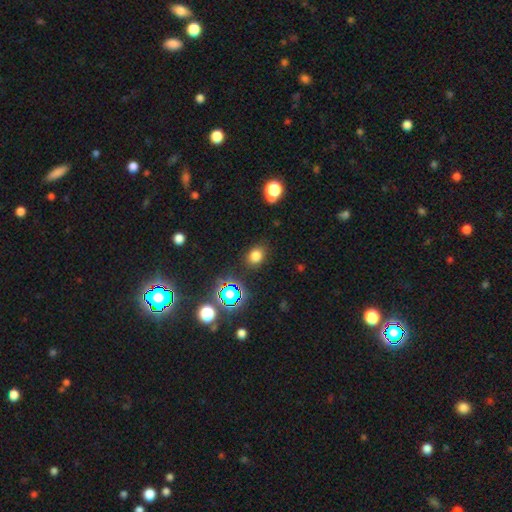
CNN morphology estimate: A smooth galaxy with no disk features (76%) that is round (50%). Merging: none (85%).